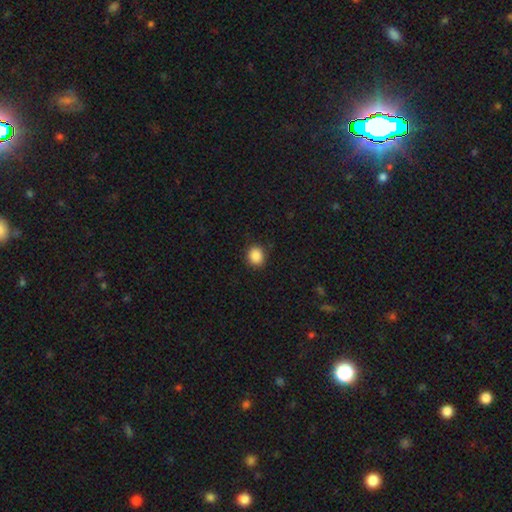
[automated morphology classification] The model was most divided on "how rounded": round: 74%, in between: 25%, cigar-shaped: 1%. More confident: merging — none (89%); smooth or featured — smooth (88%).